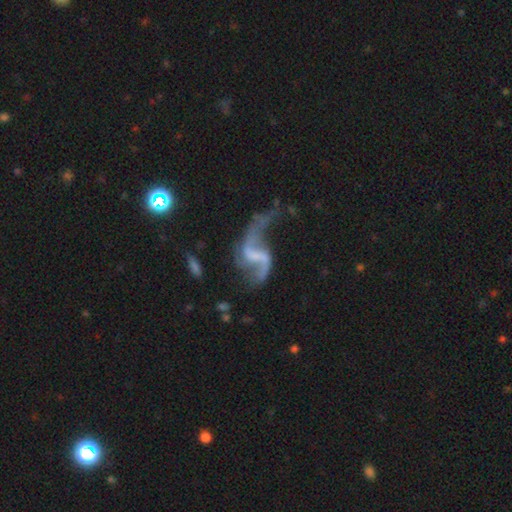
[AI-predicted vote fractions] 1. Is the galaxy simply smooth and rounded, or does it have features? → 86% featured or disk, 7% smooth, 7% star or artifact.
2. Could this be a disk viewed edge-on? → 97% no, 3% yes.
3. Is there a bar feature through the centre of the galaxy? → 47% weak, 30% strong, 23% no.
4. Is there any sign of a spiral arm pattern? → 92% yes, 8% no.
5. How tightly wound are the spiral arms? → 87% loose, 11% medium, 2% tight.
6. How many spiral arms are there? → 88% 2, 6% 1, 3% can't tell, 1% 3, 1% 4, 1% more than 4.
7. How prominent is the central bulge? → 56% none, 28% small, 12% moderate, 3% large, 1% dominant.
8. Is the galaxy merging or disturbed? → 39% none, 35% major disturbance, 17% minor disturbance, 10% merger.